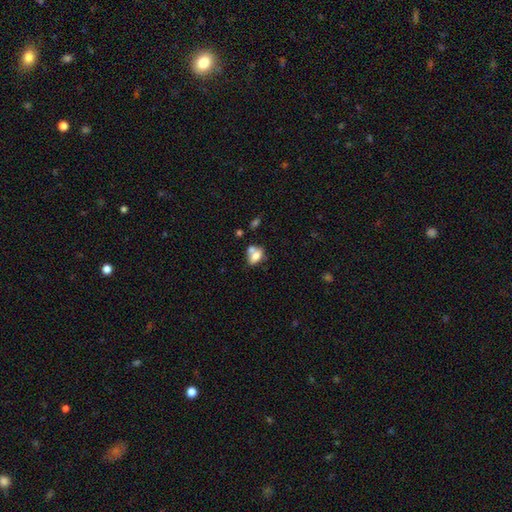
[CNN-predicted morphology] The model was most divided on "merging": merger: 46%, none: 32%, minor disturbance: 14%, major disturbance: 7%. More confident: how rounded — in between (78%); smooth or featured — smooth (68%).